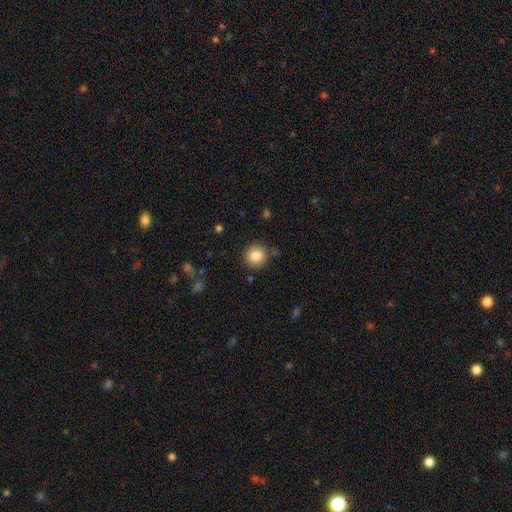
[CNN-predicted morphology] A smooth galaxy with no disk features (83%) that is round (91%).

Vote fractions:
- Smooth or featured? smooth: 83% / star or artifact: 10% / featured or disk: 7%
- How rounded? round: 91% / in between: 8% / cigar-shaped: 1%
- Merging? none: 86% / minor disturbance: 9% / merger: 3% / major disturbance: 3%